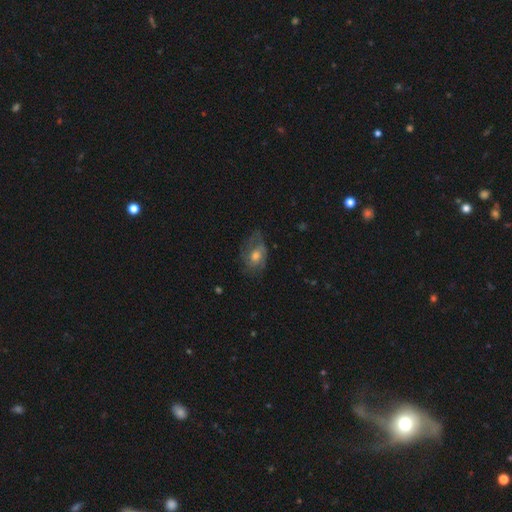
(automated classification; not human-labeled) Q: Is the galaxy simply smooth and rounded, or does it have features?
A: featured or disk — 56%.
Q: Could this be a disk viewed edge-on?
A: no — 94%.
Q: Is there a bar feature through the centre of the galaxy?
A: no — 72%.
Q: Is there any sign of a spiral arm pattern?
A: yes — 71%.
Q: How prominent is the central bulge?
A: moderate — 66%.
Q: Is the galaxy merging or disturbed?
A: none — 56%.